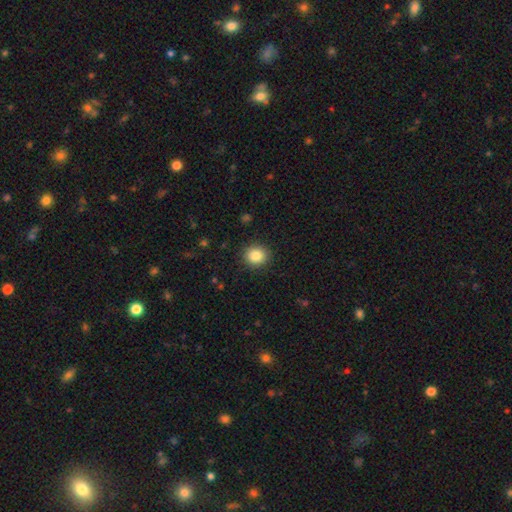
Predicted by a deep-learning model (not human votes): Overall: smooth (85%). How rounded: round (84%). Merging: none (90%).